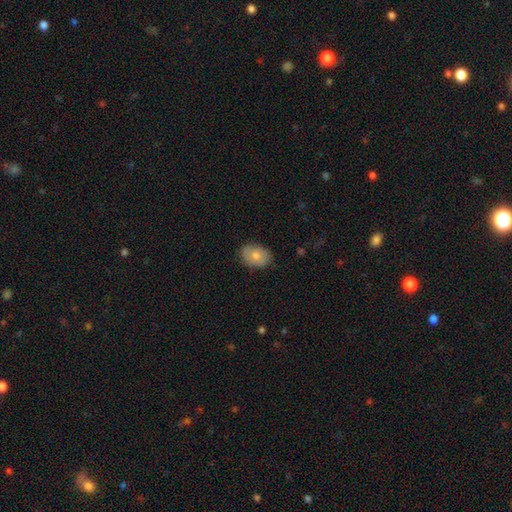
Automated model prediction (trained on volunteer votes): This is likely a smooth galaxy (76%). How rounded: likely in between (75%). Merging: likely none (80%).